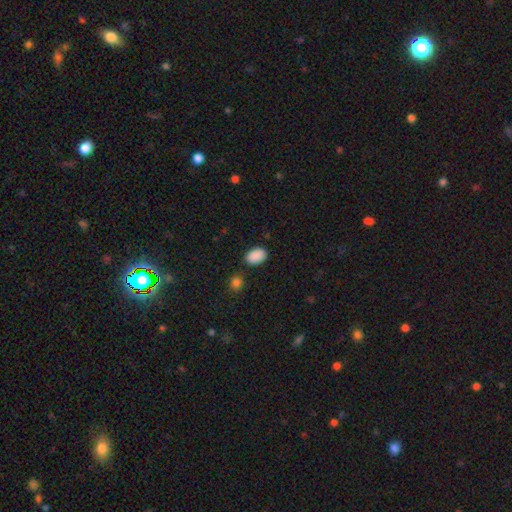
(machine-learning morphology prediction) This is clearly a smooth galaxy (89%). How rounded: clearly in between (89%). Merging: clearly none (80%).